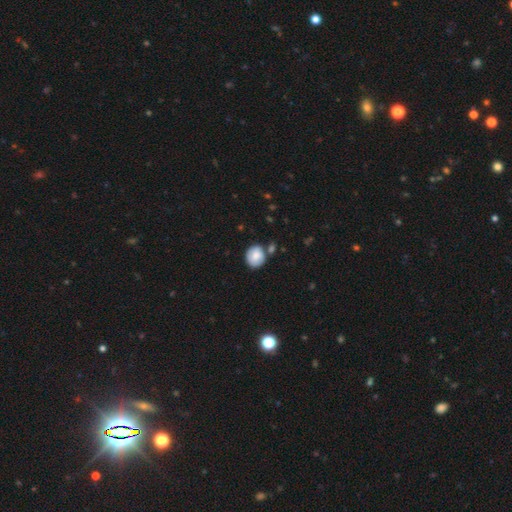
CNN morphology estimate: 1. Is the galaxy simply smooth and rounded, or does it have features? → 80% smooth, 13% featured or disk, 7% star or artifact.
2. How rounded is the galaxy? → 82% round, 17% in between, 1% cigar-shaped.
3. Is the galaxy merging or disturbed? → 69% none, 15% minor disturbance, 13% merger, 3% major disturbance.